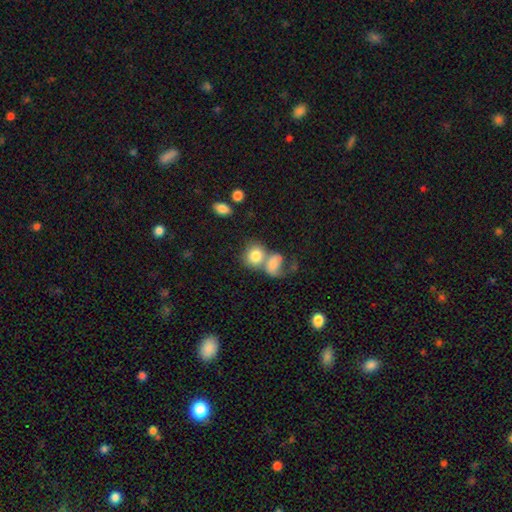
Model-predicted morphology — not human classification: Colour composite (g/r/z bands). It shows a smooth galaxy with no disk features (79%) that is round (64%). Merging: merger (57%).